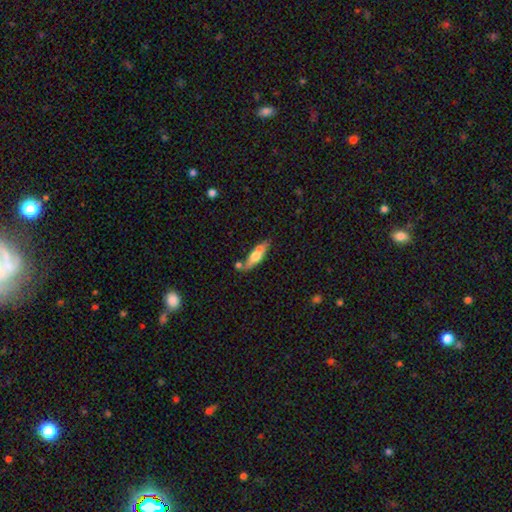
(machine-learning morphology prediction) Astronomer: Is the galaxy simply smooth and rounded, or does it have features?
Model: smooth — 48% (runner-up: featured or disk, 46%).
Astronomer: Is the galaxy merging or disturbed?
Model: none — 60%.